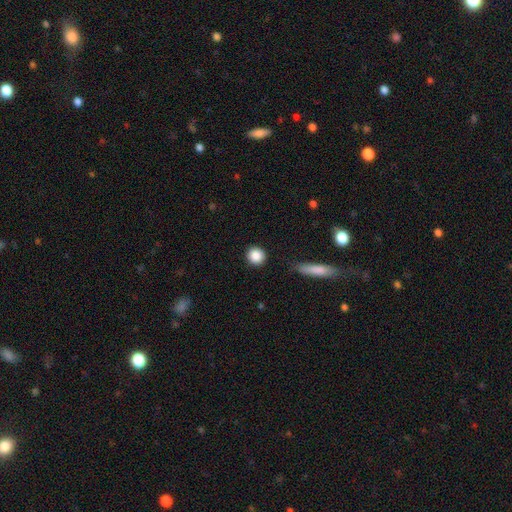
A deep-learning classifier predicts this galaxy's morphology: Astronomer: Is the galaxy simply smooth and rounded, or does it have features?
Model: smooth — 87%.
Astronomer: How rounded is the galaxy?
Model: round — 92%.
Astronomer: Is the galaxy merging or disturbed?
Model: none — 89%.